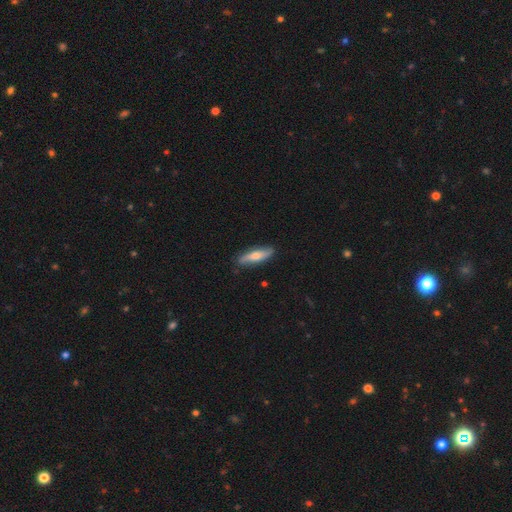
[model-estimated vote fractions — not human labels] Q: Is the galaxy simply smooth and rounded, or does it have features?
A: smooth — 49%.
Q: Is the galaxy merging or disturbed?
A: none — 84%.